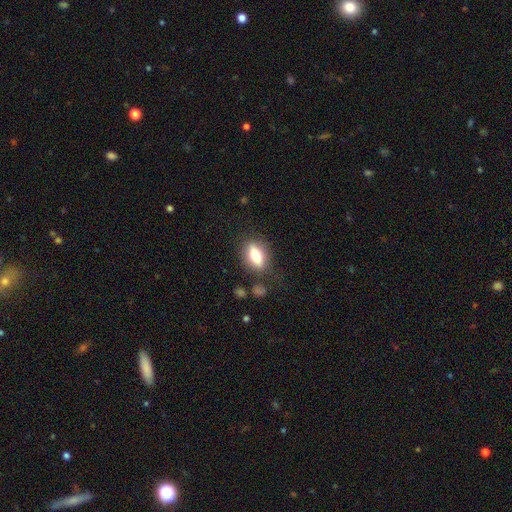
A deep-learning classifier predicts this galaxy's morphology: Smooth or featured? smooth (71%)
How rounded? in between (77%)
Merging? none (80%)